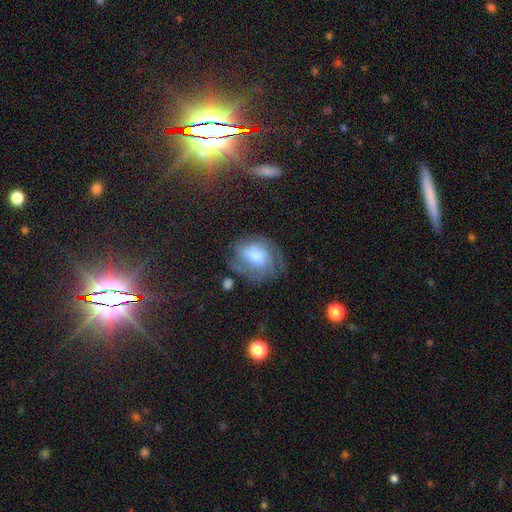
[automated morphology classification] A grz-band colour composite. It shows a featured or disk galaxy (53%) with no bar (67%), spiral arms (78%) and a moderate central bulge (34%). Merging: none (51%).